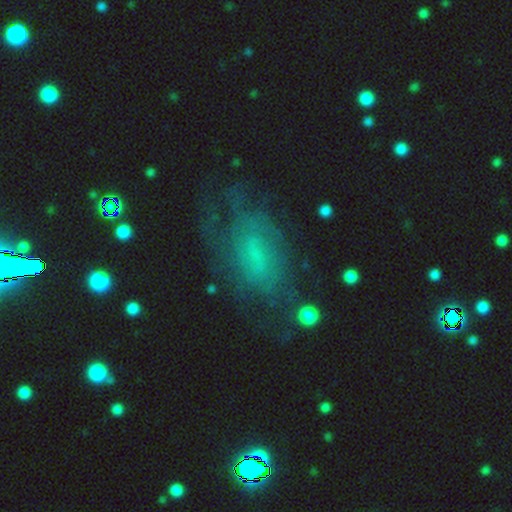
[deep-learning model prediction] A featured or disk galaxy (58%) with no bar (50%), spiral arms (76%) and a small central bulge (37%).

Vote fractions:
- Smooth or featured? featured or disk: 58% / smooth: 28% / star or artifact: 14%
- Edge-on disk? no: 93% / yes: 7%
- Bar? no: 50% / weak: 41% / strong: 9%
- Spiral arms? yes: 76% / no: 24%
- Bulge size? small: 37% / none: 34% / moderate: 23% / large: 5% / dominant: 2%
- Merging? none: 61% / minor disturbance: 21% / major disturbance: 15% / merger: 2%